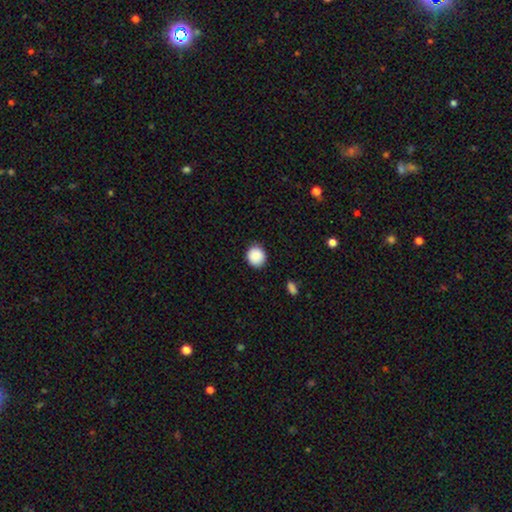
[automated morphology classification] A smooth galaxy with no disk features (88%) that is round (87%). Merging: none (88%).